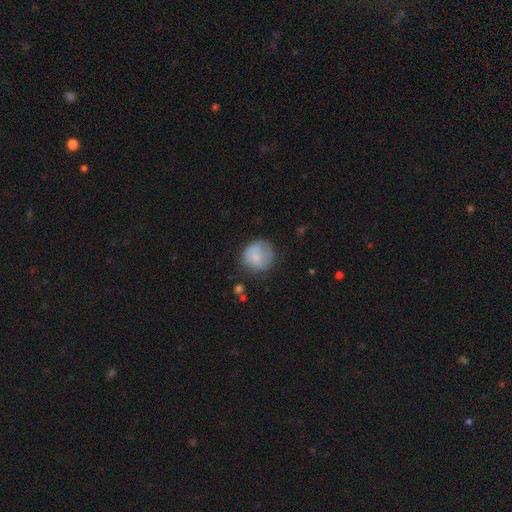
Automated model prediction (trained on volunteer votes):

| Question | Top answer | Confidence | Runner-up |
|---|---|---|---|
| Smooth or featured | smooth | 69% | featured or disk (24%) |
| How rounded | round | 87% | in between (12%) |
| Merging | none | 62% | minor disturbance (24%) |